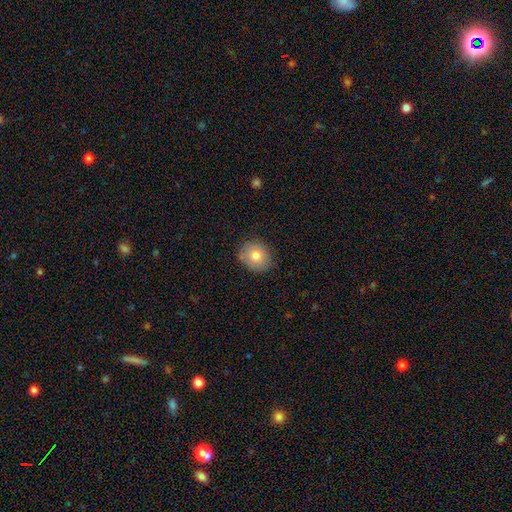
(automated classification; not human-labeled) Smooth or featured?
  - smooth: 79% *
  - featured or disk: 13%
  - star or artifact: 9%
How rounded?
  - round: 72% *
  - in between: 27%
  - cigar-shaped: 1%
Merging?
  - none: 83% *
  - minor disturbance: 13%
  - major disturbance: 3%
  - merger: 1%